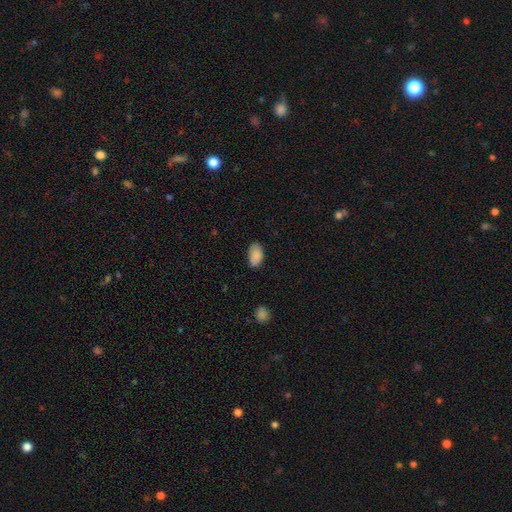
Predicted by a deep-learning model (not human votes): The model was most divided on "merging": none: 71%, minor disturbance: 24%, major disturbance: 4%, merger: 1%. More confident: how rounded — in between (93%); smooth or featured — smooth (86%).